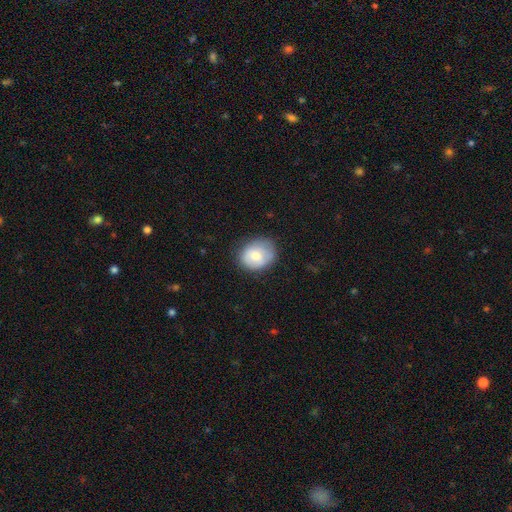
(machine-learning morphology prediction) This is likely a smooth galaxy (73%). How rounded: possibly round (54%). Merging: likely none (69%).